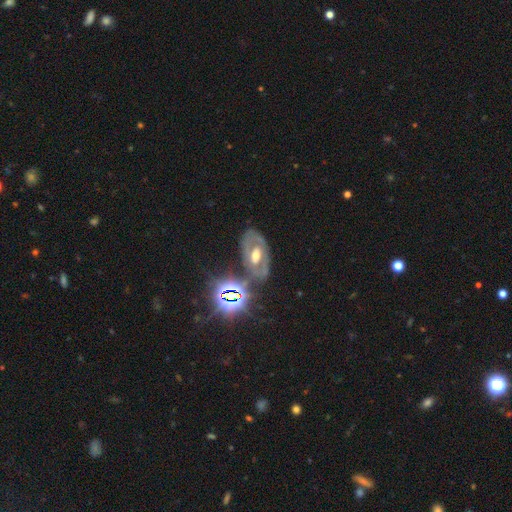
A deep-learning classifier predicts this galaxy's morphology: Overall: featured or disk (64%). Edge-on disk: no (93%). Bar: no (39%; weak 37%). Spiral arms: yes (55%; no 45%). Bulge size: moderate (69%). Merging: none (63%).